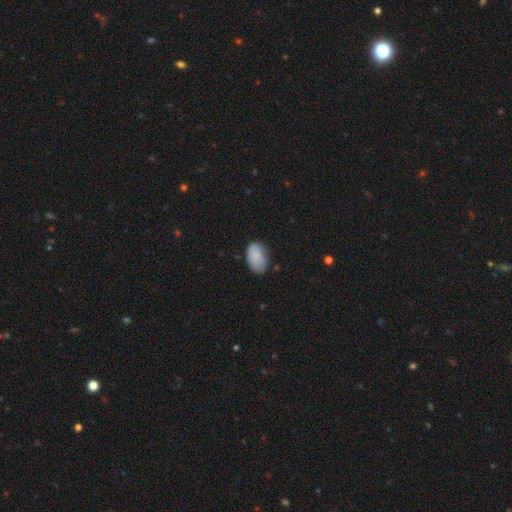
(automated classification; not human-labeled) The model was most divided on "merging": none: 70%, minor disturbance: 24%, major disturbance: 4%, merger: 1%. More confident: how rounded — in between (93%); smooth or featured — smooth (85%).